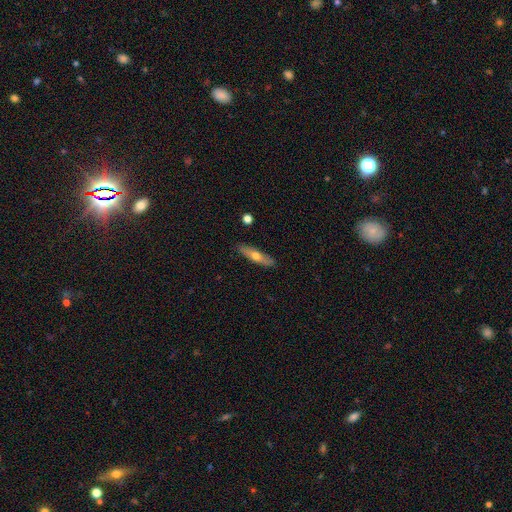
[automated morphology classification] Smooth or featured?
  - smooth: 53% *
  - featured or disk: 40%
  - star or artifact: 6%
How rounded?
  - cigar-shaped: 74% *
  - in between: 24%
  - round: 2%
Merging?
  - none: 88% *
  - minor disturbance: 9%
  - major disturbance: 2%
  - merger: 1%